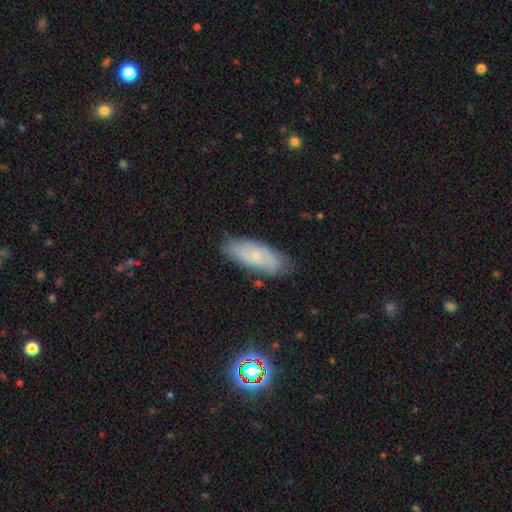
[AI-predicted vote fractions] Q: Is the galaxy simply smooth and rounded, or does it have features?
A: smooth — 49%.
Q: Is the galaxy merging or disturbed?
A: none — 77%.